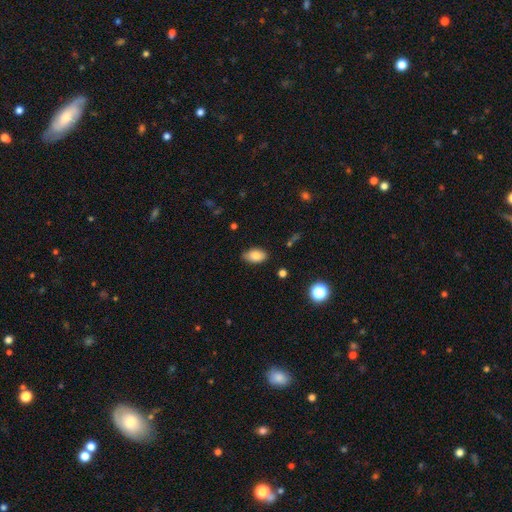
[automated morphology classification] Overall: smooth (83%). How rounded: in between (92%). Merging: none (83%).